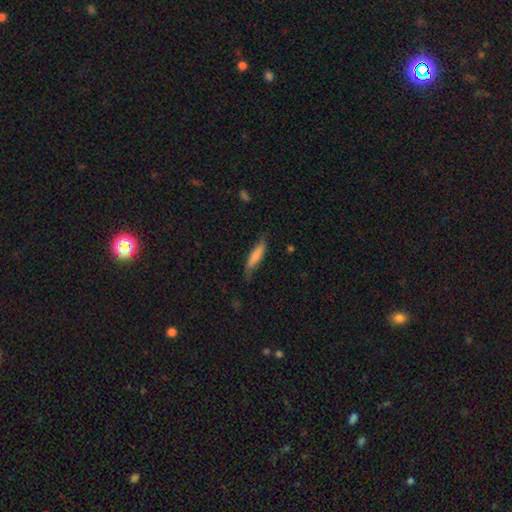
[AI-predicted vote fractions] This appears to be a smooth galaxy with no disk features (76%) that is cigar-shaped (75%). Merging: none (66%).